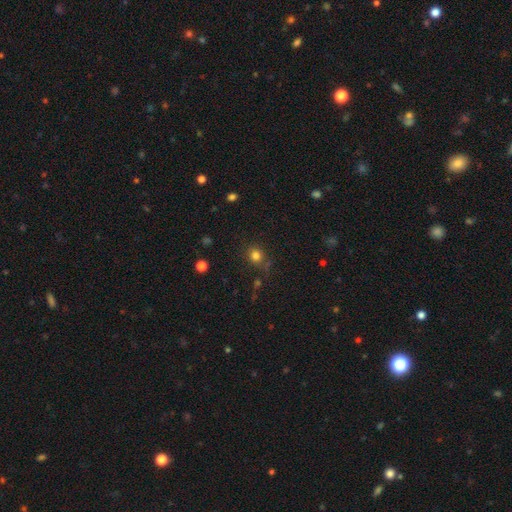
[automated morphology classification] Smooth or featured? smooth (78%)
How rounded? round (81%)
Merging? none (77%)